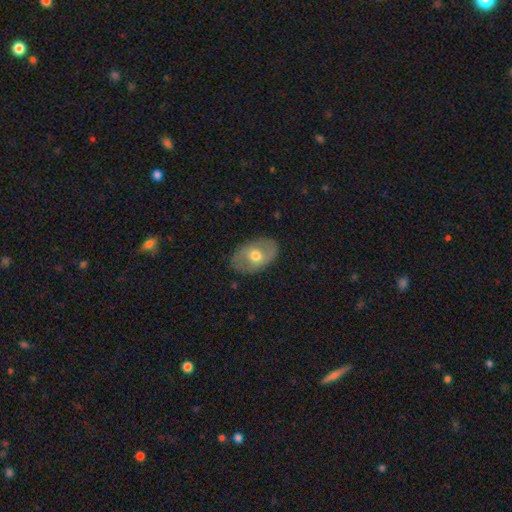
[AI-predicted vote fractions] Smooth or featured? Predicted: featured or disk (p=0.48). Merging? Predicted: none (p=0.82).